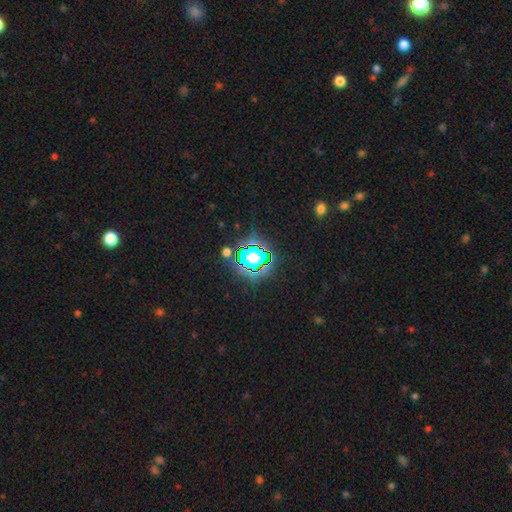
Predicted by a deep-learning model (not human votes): Smooth or featured? Predicted: star or artifact (p=0.76).